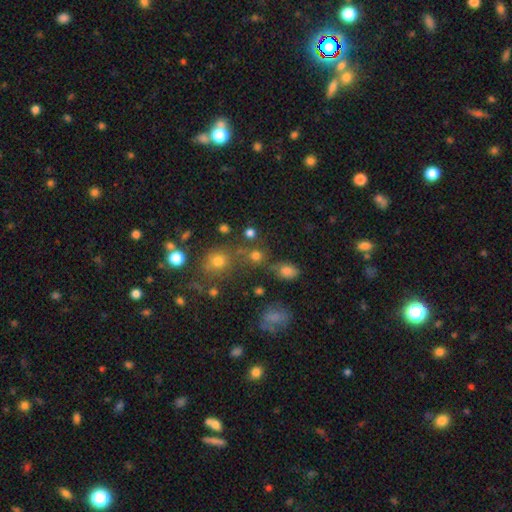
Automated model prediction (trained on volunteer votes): smooth-or-featured: smooth: 72% | star or artifact: 20% | featured or disk: 8%
  how-rounded: round: 85% | in between: 14% | cigar-shaped: 1%
  merging: none: 63% | merger: 18% | minor disturbance: 12% | major disturbance: 7%